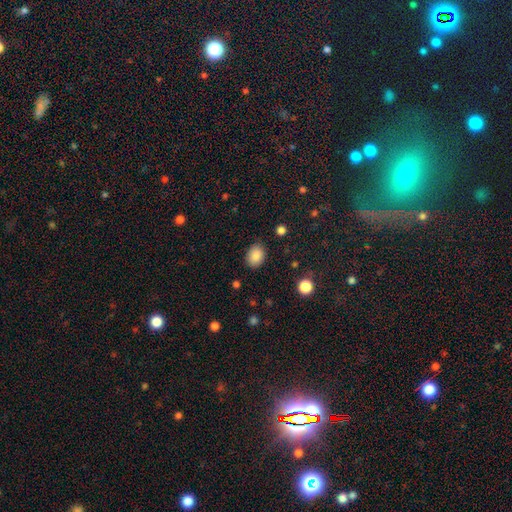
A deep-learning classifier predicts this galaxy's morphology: Smooth or featured? smooth (87%)
How rounded? in between (66%)
Merging? none (85%)